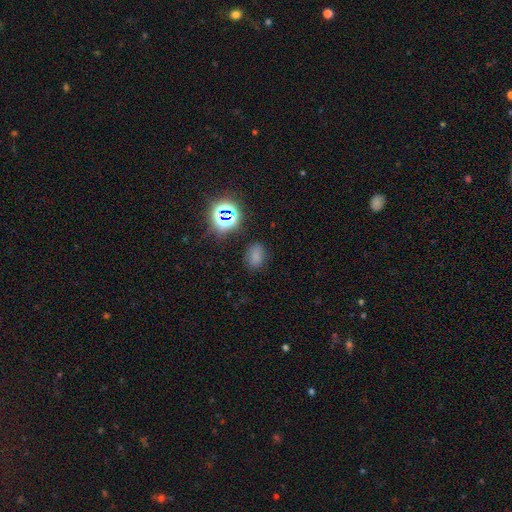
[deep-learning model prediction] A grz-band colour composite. It shows a smooth galaxy with no disk features (67%) that is in between round and cigar-shaped (75%). Merging: none (77%).